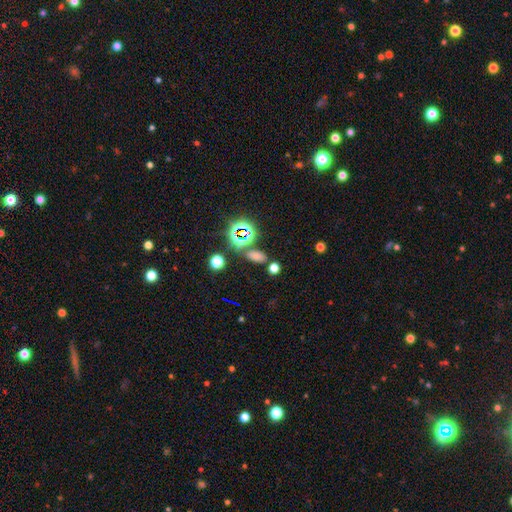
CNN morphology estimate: Q: Smooth or featured?
A: smooth (57%); runner-up: star or artifact (37%)
Q: How rounded?
A: in between (81%); runner-up: round (12%)
Q: Merging?
A: none (75%); runner-up: minor disturbance (11%)